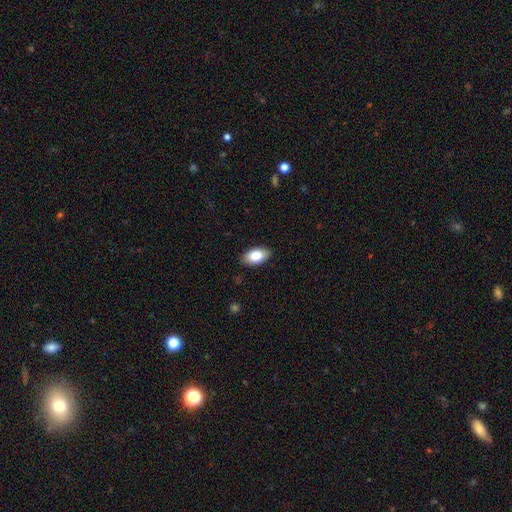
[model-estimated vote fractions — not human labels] Q: Smooth or featured?
A: smooth (82%); runner-up: featured or disk (12%)
Q: How rounded?
A: in between (94%); runner-up: round (4%)
Q: Merging?
A: none (88%); runner-up: minor disturbance (9%)